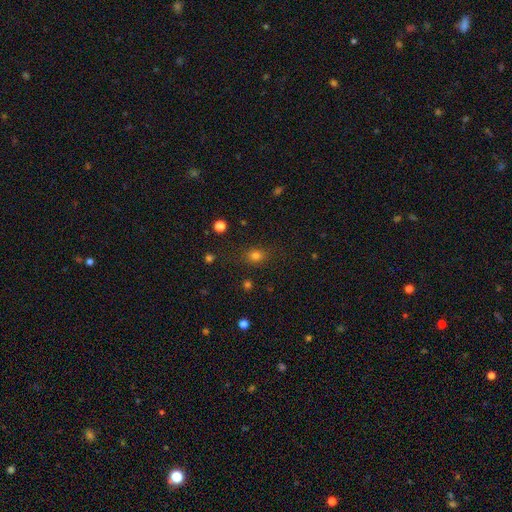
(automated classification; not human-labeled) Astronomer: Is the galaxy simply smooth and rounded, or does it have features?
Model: smooth — 77%.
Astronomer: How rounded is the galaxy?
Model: round — 51% (runner-up: in between, 47%).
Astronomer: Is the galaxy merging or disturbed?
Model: none — 79%.